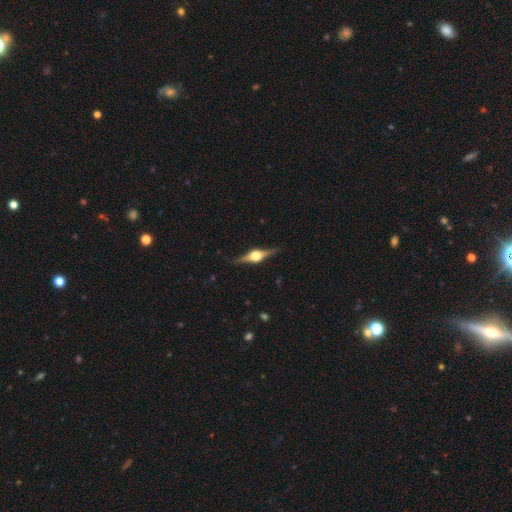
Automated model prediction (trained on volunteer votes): A featured or disk galaxy (84%) viewed edge-on (98%) with a rounded central bulge (94%). Merging: none (89%).